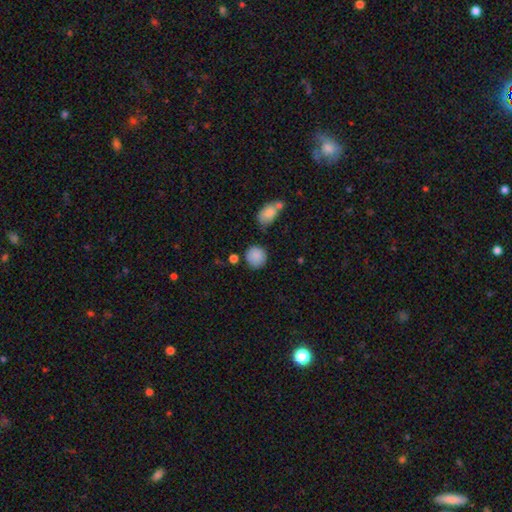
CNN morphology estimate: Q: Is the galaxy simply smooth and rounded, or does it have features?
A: smooth — 86%.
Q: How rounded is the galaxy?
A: round — 89%.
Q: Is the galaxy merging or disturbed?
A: none — 78%.